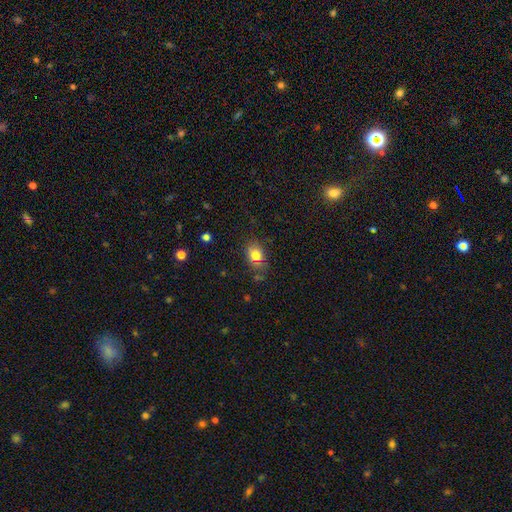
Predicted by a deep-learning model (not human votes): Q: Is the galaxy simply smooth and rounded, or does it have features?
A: smooth — 78%.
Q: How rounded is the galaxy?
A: in between — 74%.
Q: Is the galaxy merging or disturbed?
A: none — 71%.